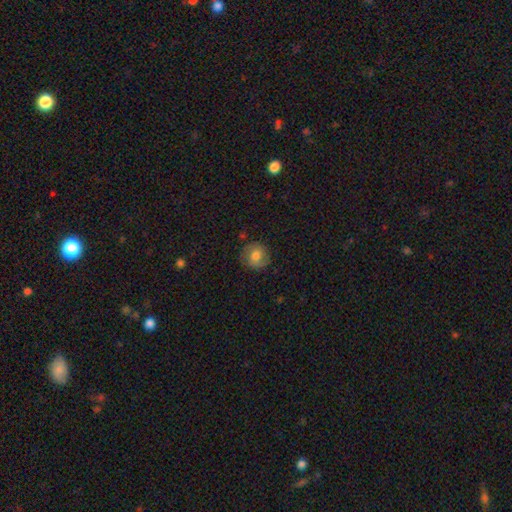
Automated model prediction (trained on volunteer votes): smooth_or_featured: smooth (p=0.70) [alt: featured or disk p=0.21]
how_rounded: round (p=0.87) [alt: in between p=0.12]
merging: none (p=0.81) [alt: minor disturbance p=0.14]